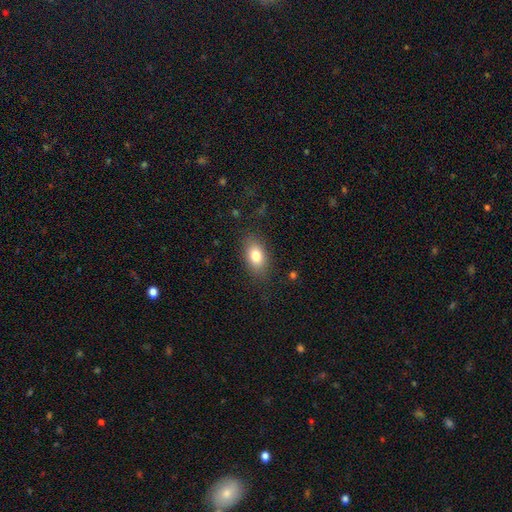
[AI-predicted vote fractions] Q: Smooth or featured?
A: smooth (81%); runner-up: featured or disk (11%)
Q: How rounded?
A: in between (86%); runner-up: round (11%)
Q: Merging?
A: none (83%); runner-up: minor disturbance (12%)